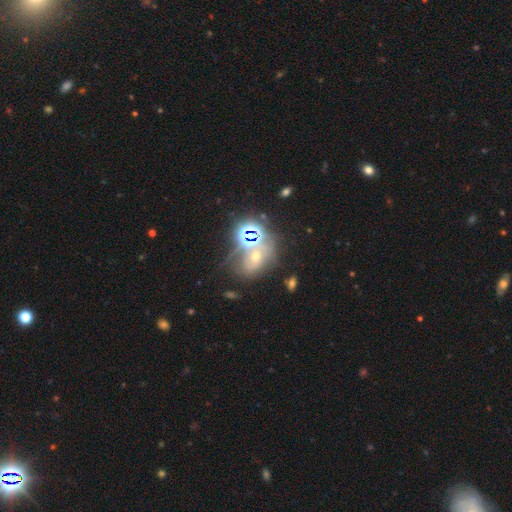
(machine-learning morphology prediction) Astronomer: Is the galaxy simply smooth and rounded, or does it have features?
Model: star or artifact — 47% (runner-up: featured or disk, 28%).